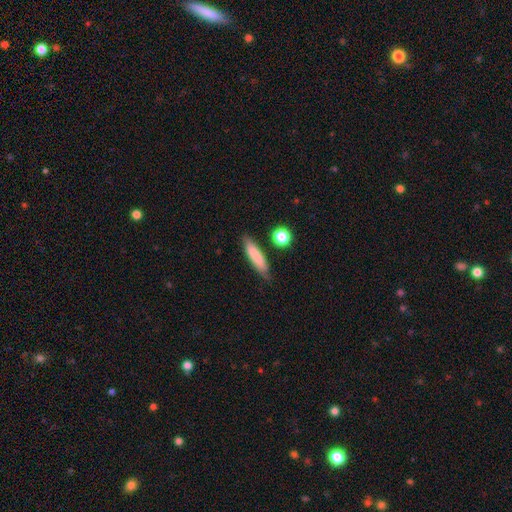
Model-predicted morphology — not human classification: A smooth galaxy with no disk features (80%) that is cigar-shaped (76%). Merging: none (80%).